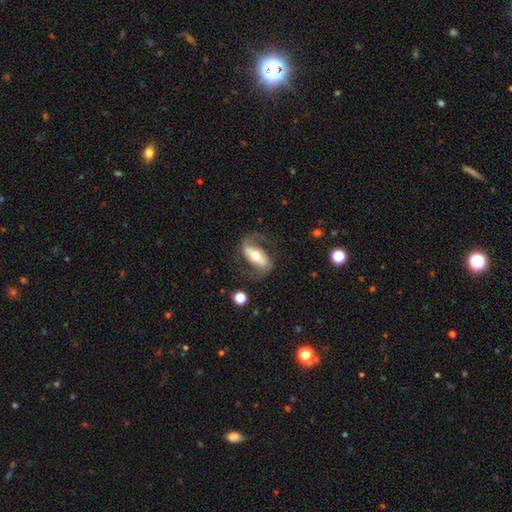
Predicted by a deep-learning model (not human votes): Smooth or featured? featured or disk (80%)
Edge-on disk? no (93%)
Bar? strong (55%)
Spiral arms? yes (89%)
Spiral winding? medium (45%)
Spiral arm count? 2 (87%)
Bulge size? moderate (70%)
Merging? none (68%)